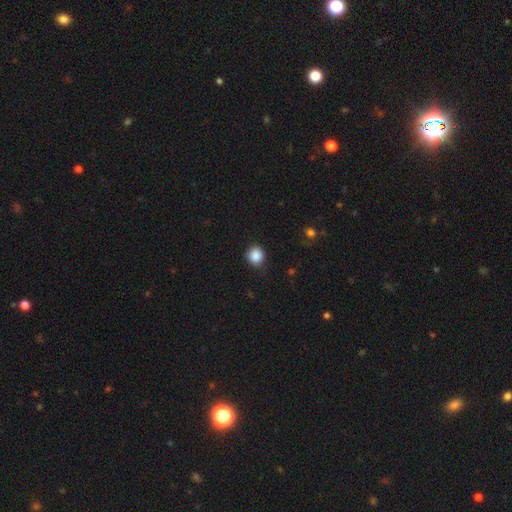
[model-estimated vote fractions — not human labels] Smooth or featured?
  - smooth: 87% *
  - star or artifact: 10%
  - featured or disk: 3%
How rounded?
  - round: 89% *
  - in between: 10%
  - cigar-shaped: 1%
Merging?
  - none: 85% *
  - minor disturbance: 11%
  - major disturbance: 3%
  - merger: 1%